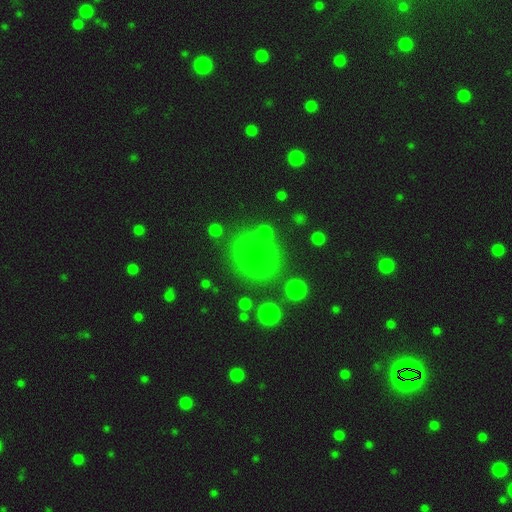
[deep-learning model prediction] Q: Smooth or featured?
A: smooth (68%); runner-up: star or artifact (17%)
Q: How rounded?
A: round (80%); runner-up: in between (18%)
Q: Merging?
A: none (77%); runner-up: minor disturbance (11%)